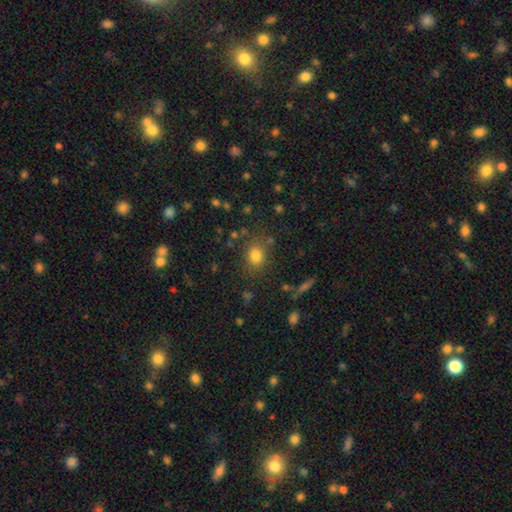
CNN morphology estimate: Overall: smooth (79%). How rounded: round (57%; in between 42%). Merging: none (78%).